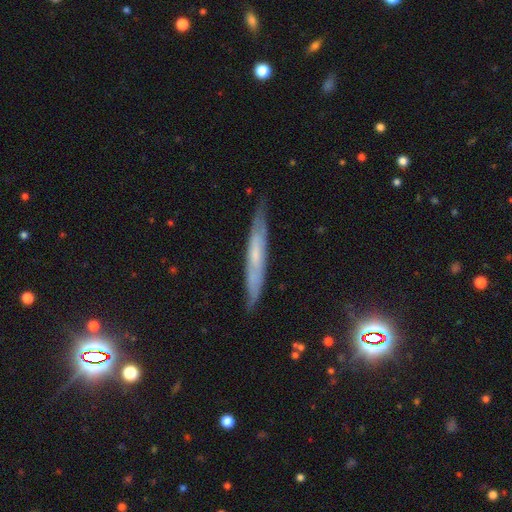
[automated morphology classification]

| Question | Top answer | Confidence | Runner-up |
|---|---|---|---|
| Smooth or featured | featured or disk | 55% | smooth (35%) |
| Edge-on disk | yes | 80% | no (20%) |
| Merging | none | 83% | minor disturbance (13%) |